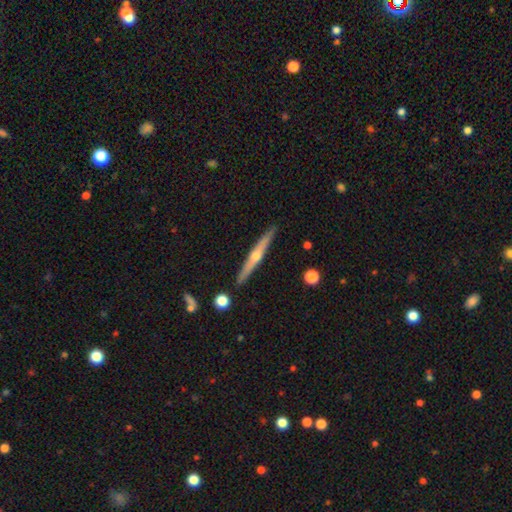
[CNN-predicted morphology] smooth_or_featured: featured or disk (p=0.72) [alt: smooth p=0.22]
disk_edge_on: yes (p=0.98) [alt: no p=0.02]
edge_on_bulge: rounded (p=0.88) [alt: none p=0.10]
merging: none (p=0.91) [alt: minor disturbance p=0.06]